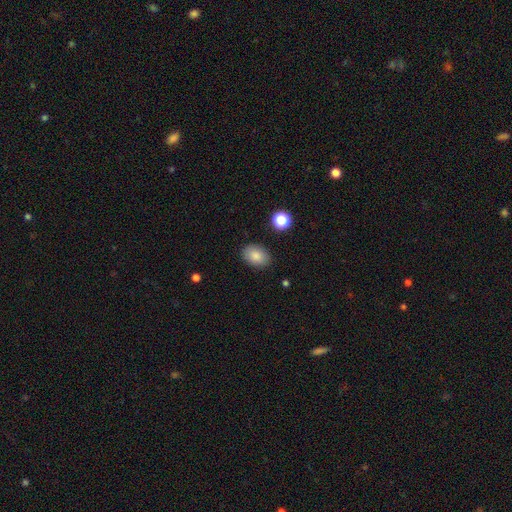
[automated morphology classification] Overall: smooth (84%). How rounded: in between (76%). Merging: none (86%).